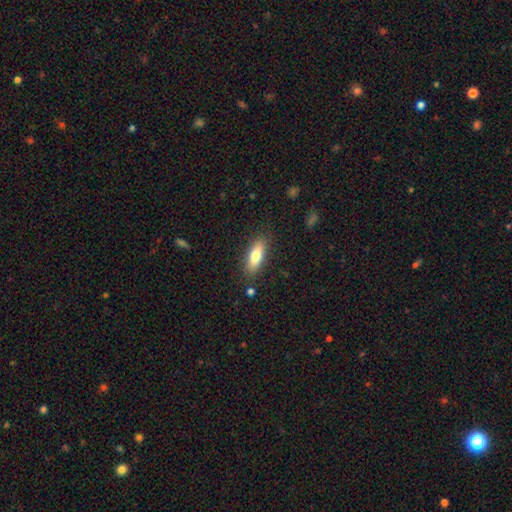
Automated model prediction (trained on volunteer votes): This is likely a smooth galaxy (75%). How rounded: likely in between (68%). Merging: clearly none (85%).